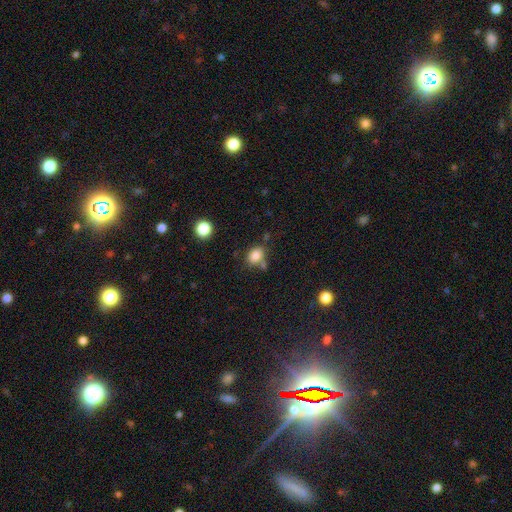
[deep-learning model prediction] This appears to be a smooth galaxy with no disk features (82%) that is in between round and cigar-shaped (66%). Merging: none (60%).